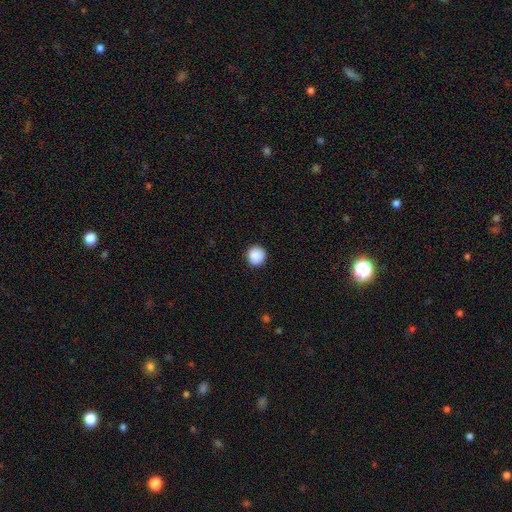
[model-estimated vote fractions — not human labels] Overall: smooth (89%). How rounded: round (94%). Merging: none (91%).